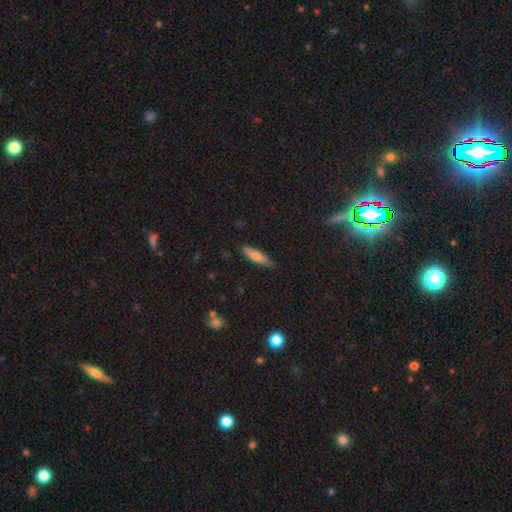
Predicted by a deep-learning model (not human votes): This is likely a smooth galaxy (72%). How rounded: likely cigar-shaped (63%). Merging: clearly none (83%).